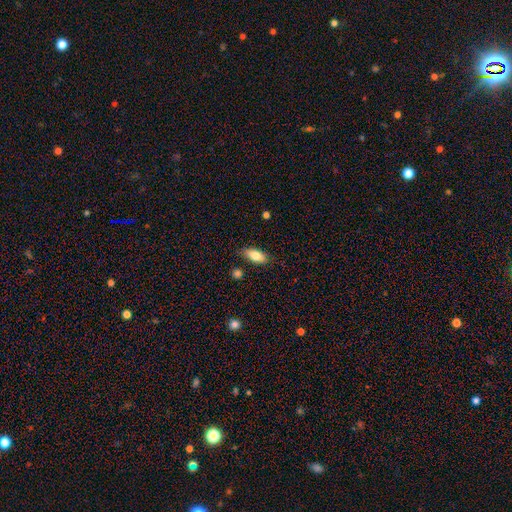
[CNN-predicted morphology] This appears to be a smooth galaxy with no disk features (80%) that is in between round and cigar-shaped (85%). Merging: none (82%).